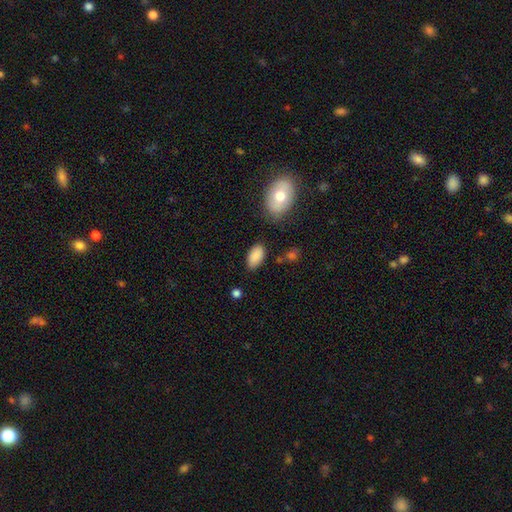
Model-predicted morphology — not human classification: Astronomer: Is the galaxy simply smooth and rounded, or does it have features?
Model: smooth — 88%.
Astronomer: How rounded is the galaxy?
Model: in between — 94%.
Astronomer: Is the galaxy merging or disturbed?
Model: none — 78%.